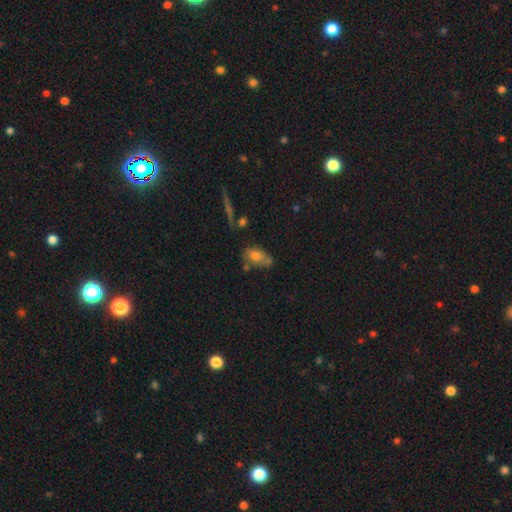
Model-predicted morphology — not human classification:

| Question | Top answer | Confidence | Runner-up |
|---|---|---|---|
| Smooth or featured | smooth | 64% | featured or disk (25%) |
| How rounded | in between | 85% | round (12%) |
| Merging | none | 45% | minor disturbance (26%) |